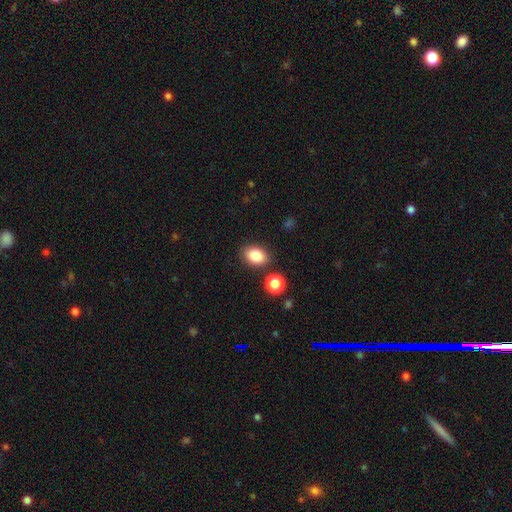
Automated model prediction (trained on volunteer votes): Smooth or featured: smooth — 86% (star or artifact — 9%)
How rounded: in between — 80% (round — 19%)
Merging: none — 82% (minor disturbance — 10%)